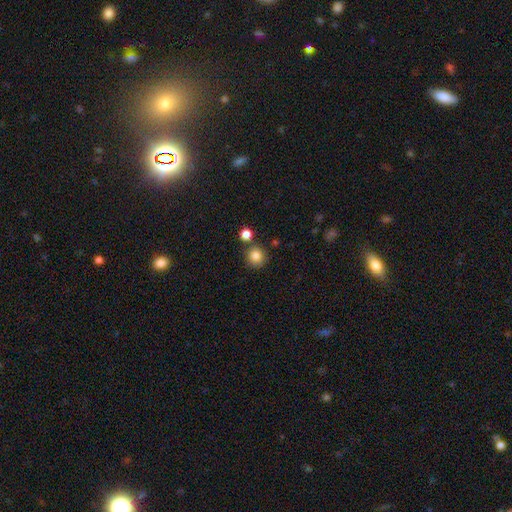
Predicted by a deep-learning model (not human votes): Q: Smooth or featured?
A: smooth (84%); runner-up: star or artifact (11%)
Q: How rounded?
A: round (92%); runner-up: in between (7%)
Q: Merging?
A: none (80%); runner-up: merger (9%)